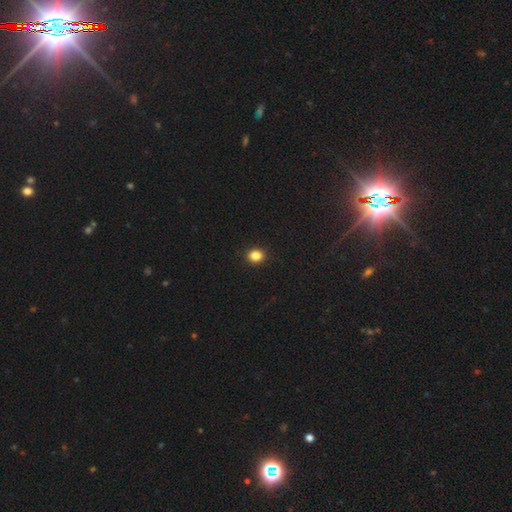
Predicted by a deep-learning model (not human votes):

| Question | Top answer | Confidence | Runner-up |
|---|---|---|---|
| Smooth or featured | smooth | 85% | star or artifact (11%) |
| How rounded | round | 76% | in between (23%) |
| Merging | none | 92% | minor disturbance (5%) |